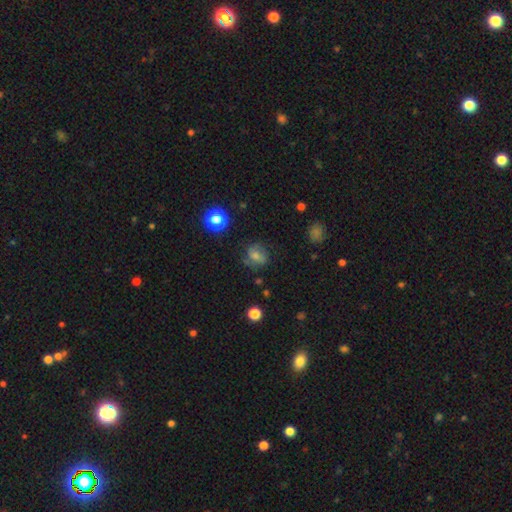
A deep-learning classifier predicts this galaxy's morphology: Smooth or featured?
  - smooth: 60% *
  - featured or disk: 26%
  - star or artifact: 14%
How rounded?
  - round: 58% *
  - in between: 40%
  - cigar-shaped: 1%
Merging?
  - none: 64% *
  - minor disturbance: 22%
  - major disturbance: 11%
  - merger: 3%